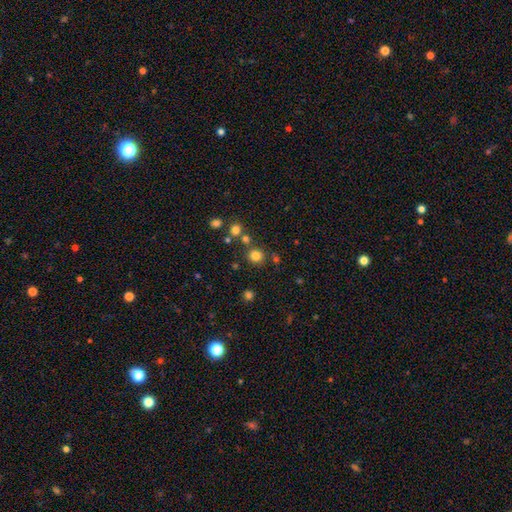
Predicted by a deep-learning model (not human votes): Q: Smooth or featured?
A: smooth (78%); runner-up: star or artifact (16%)
Q: How rounded?
A: round (91%); runner-up: in between (8%)
Q: Merging?
A: none (80%); runner-up: merger (9%)